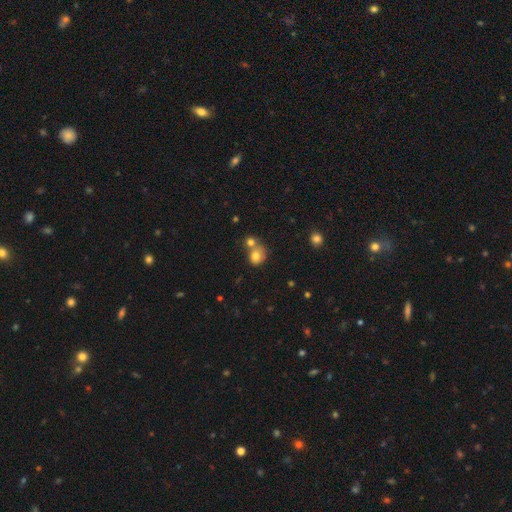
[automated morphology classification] Smooth or featured: smooth — 77% (featured or disk — 12%)
How rounded: round — 67% (in between — 32%)
Merging: merger — 45% (none — 39%)